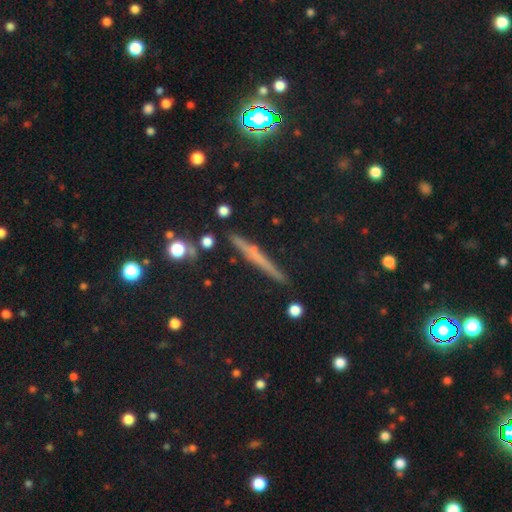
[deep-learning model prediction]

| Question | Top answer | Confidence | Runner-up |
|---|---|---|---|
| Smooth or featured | featured or disk | 42% | smooth (40%) |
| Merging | none | 88% | minor disturbance (8%) |